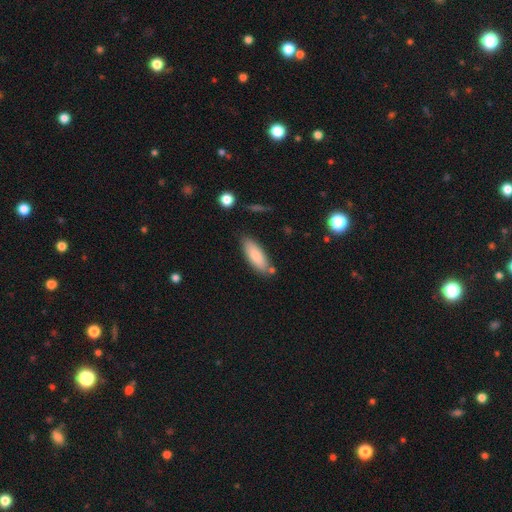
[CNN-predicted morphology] The model was most divided on "how rounded": in between: 66%, cigar-shaped: 33%, round: 2%. More confident: smooth or featured — smooth (85%); merging — none (77%).